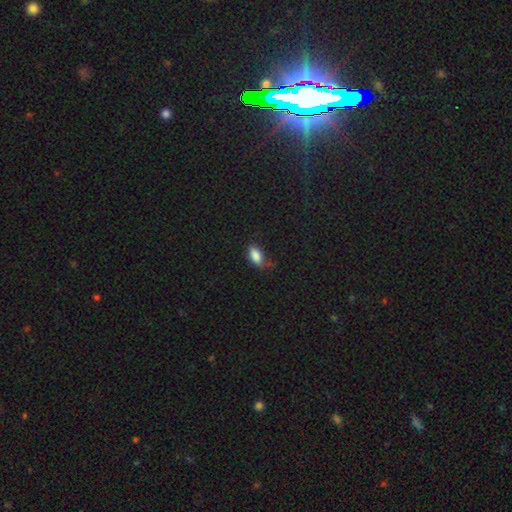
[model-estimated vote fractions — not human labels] A smooth galaxy with no disk features (86%) that is in between round and cigar-shaped (91%).

Vote fractions:
- Smooth or featured? smooth: 86% / star or artifact: 9% / featured or disk: 6%
- How rounded? in between: 91% / cigar-shaped: 5% / round: 4%
- Merging? none: 60% / minor disturbance: 28% / major disturbance: 9% / merger: 3%